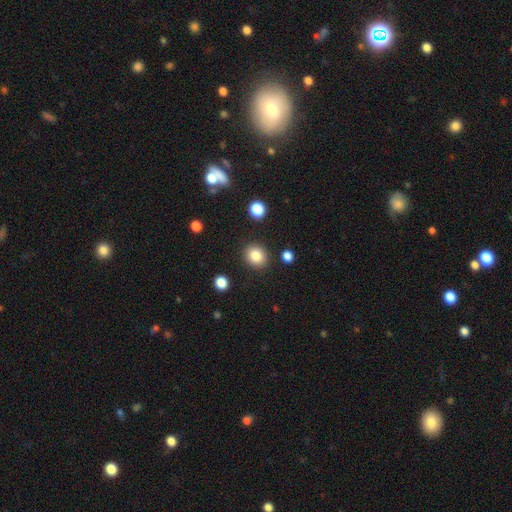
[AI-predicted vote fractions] Q: Smooth or featured?
A: smooth (85%); runner-up: star or artifact (10%)
Q: How rounded?
A: round (78%); runner-up: in between (21%)
Q: Merging?
A: none (88%); runner-up: minor disturbance (7%)